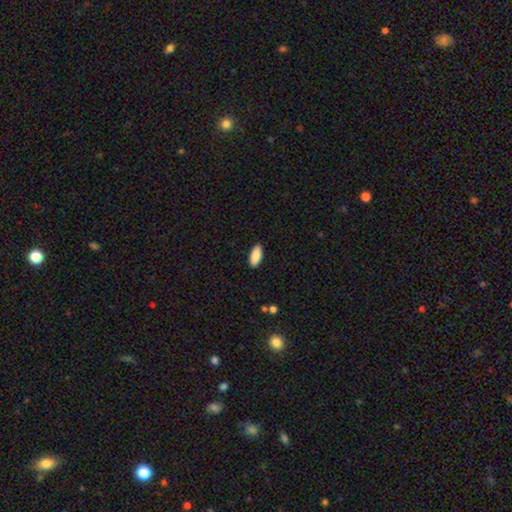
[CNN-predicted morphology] Smooth or featured?
  - smooth: 89% *
  - star or artifact: 6%
  - featured or disk: 5%
How rounded?
  - in between: 86% *
  - cigar-shaped: 12%
  - round: 2%
Merging?
  - none: 90% *
  - minor disturbance: 8%
  - major disturbance: 2%
  - merger: 1%